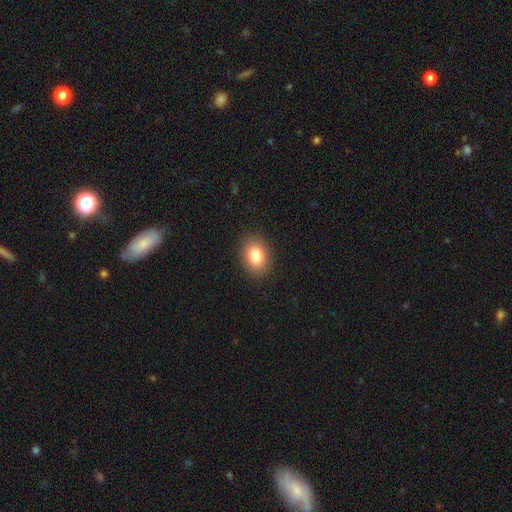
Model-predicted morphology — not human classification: Q: Smooth or featured?
A: smooth (83%); runner-up: star or artifact (10%)
Q: How rounded?
A: in between (64%); runner-up: round (35%)
Q: Merging?
A: none (89%); runner-up: minor disturbance (8%)